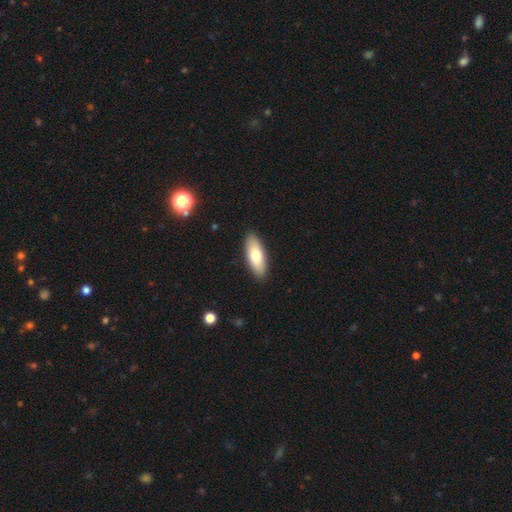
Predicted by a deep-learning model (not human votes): This is likely a smooth galaxy (75%). How rounded: likely in between (76%). Merging: clearly none (90%).